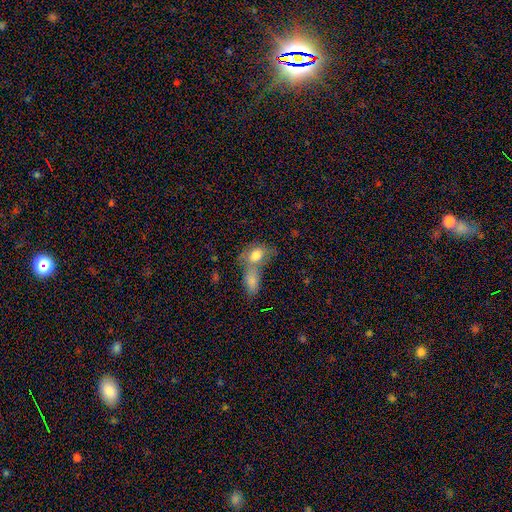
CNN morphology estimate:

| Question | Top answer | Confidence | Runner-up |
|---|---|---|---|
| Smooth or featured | smooth | 77% | featured or disk (15%) |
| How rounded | in between | 76% | round (21%) |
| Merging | merger | 58% | none (26%) |